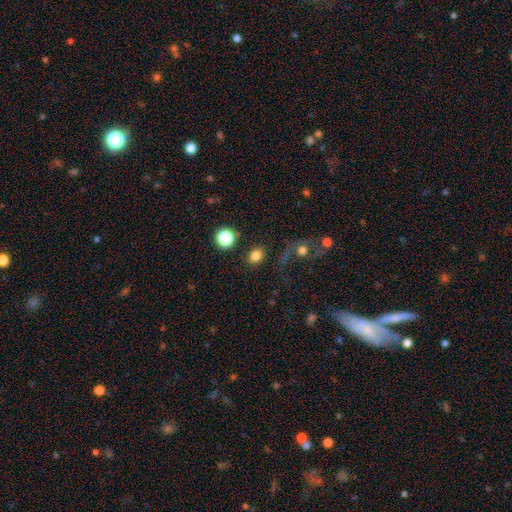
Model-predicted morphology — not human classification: Smooth or featured?
  - smooth: 80% *
  - star or artifact: 13%
  - featured or disk: 6%
How rounded?
  - in between: 49% * (tied)
  - round: 49% * (tied)
  - cigar-shaped: 1%
Merging?
  - none: 83% *
  - minor disturbance: 9%
  - major disturbance: 4%
  - merger: 4%